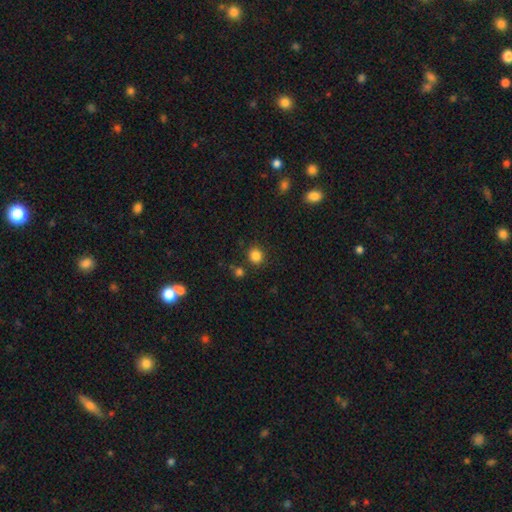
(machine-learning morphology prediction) Smooth or featured? Predicted: smooth (p=0.84). How rounded? Predicted: round (p=0.86). Merging? Predicted: none (p=0.84).